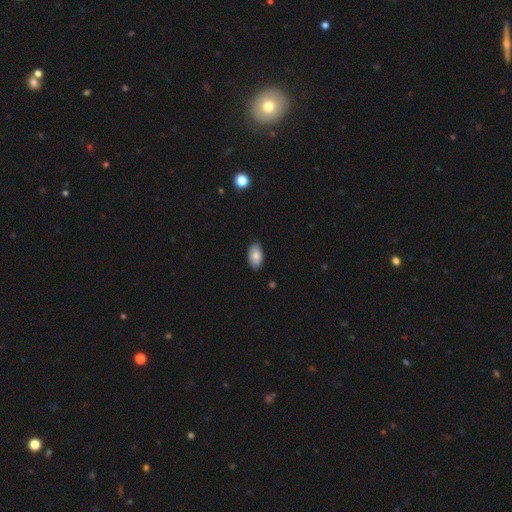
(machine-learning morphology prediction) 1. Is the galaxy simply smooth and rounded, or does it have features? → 84% smooth, 9% featured or disk, 7% star or artifact.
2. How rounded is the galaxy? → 95% in between, 4% round, 2% cigar-shaped.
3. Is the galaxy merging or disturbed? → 86% none, 11% minor disturbance, 2% major disturbance, 1% merger.